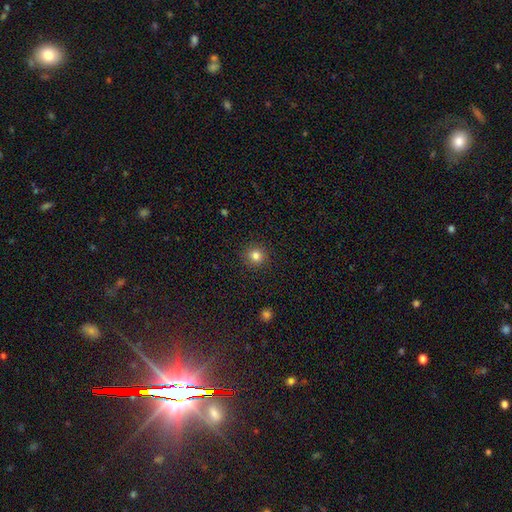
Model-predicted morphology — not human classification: Smooth or featured: smooth — 82% (star or artifact — 12%)
How rounded: round — 92% (in between — 7%)
Merging: none — 91% (minor disturbance — 6%)